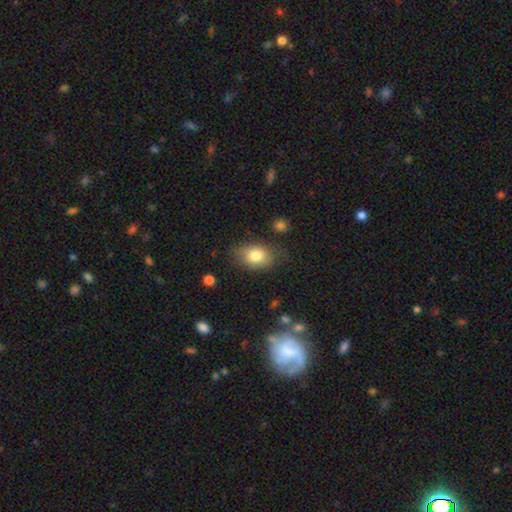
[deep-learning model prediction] Q: Smooth or featured?
A: smooth (80%); runner-up: featured or disk (12%)
Q: How rounded?
A: in between (78%); runner-up: round (21%)
Q: Merging?
A: none (71%); runner-up: minor disturbance (20%)